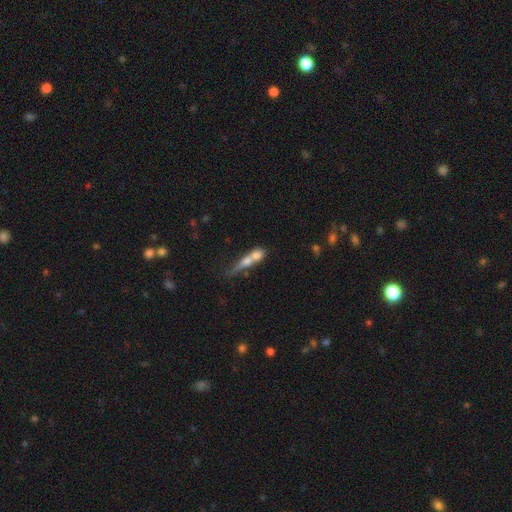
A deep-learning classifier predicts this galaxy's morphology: Q: Smooth or featured?
A: smooth (57%); runner-up: featured or disk (33%)
Q: How rounded?
A: cigar-shaped (52%); runner-up: in between (32%)
Q: Merging?
A: merger (59%); runner-up: none (20%)